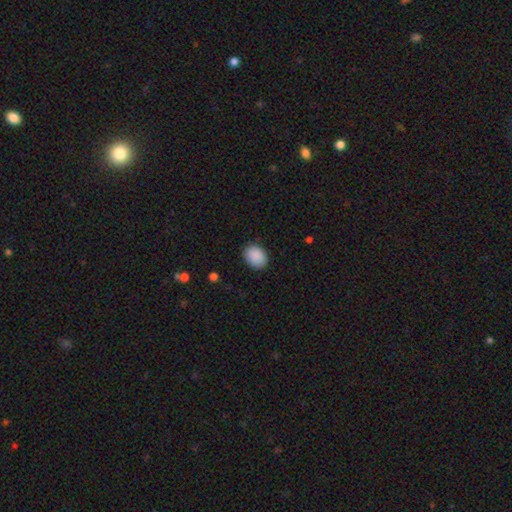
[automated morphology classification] Overall: smooth (90%). How rounded: in between (61%; round 39%). Merging: none (87%).